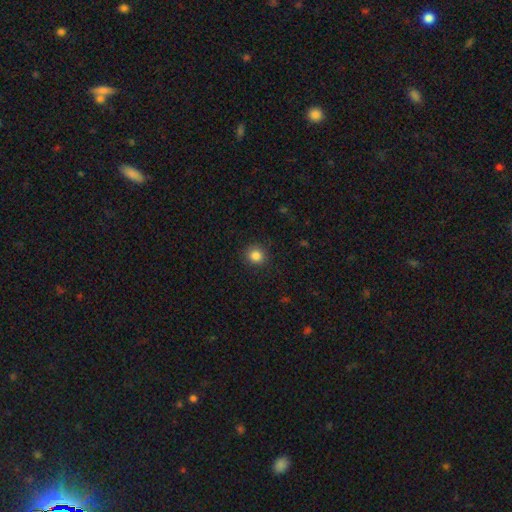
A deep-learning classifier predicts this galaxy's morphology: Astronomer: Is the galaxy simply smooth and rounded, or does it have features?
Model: smooth — 86%.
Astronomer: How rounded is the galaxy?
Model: round — 89%.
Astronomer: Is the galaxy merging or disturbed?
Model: none — 89%.